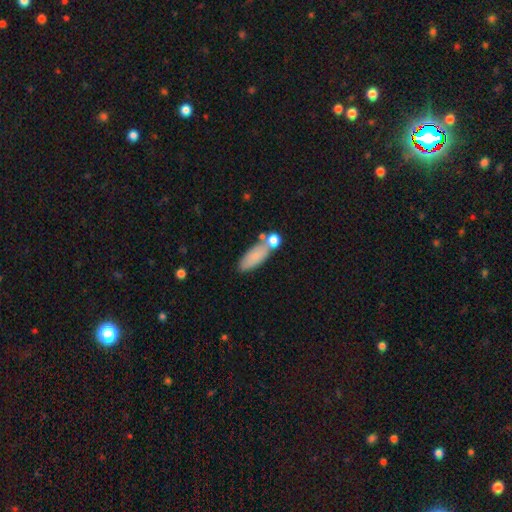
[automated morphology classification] type=smooth (75%); roundness=in between (71%); merging=none (60%).